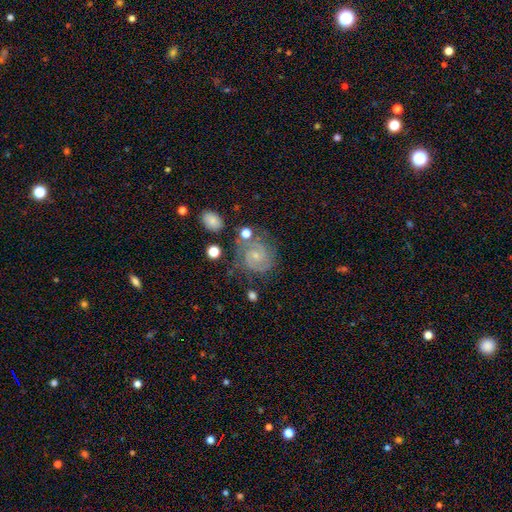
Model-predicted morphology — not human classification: Smooth or featured?
  - featured or disk: 82% *
  - smooth: 11%
  - star or artifact: 7%
Edge-on disk?
  - no: 98% *
  - yes: 2%
Bar?
  - no: 64% *
  - weak: 30%
  - strong: 6%
Spiral arms?
  - yes: 97% *
  - no: 3%
Spiral winding?
  - tight: 61% *
  - medium: 33%
  - loose: 6%
Spiral arm count?
  - 2: 72% *
  - 3: 11%
  - can't tell: 10%
  - 1: 3%
  - 4: 2%
  - more than 4: 2%
Bulge size?
  - small: 71% *
  - moderate: 22%
  - none: 5%
  - large: 1%
  - dominant: 1%
Merging?
  - none: 71% *
  - minor disturbance: 17%
  - major disturbance: 8%
  - merger: 5%